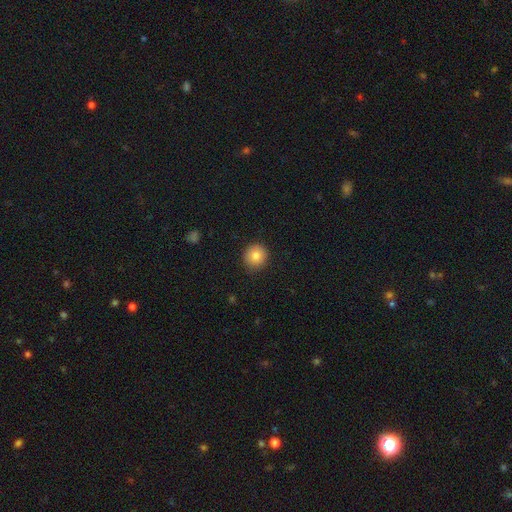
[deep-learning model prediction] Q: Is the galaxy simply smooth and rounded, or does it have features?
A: smooth — 82%.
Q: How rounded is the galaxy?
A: round — 93%.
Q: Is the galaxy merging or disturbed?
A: none — 89%.